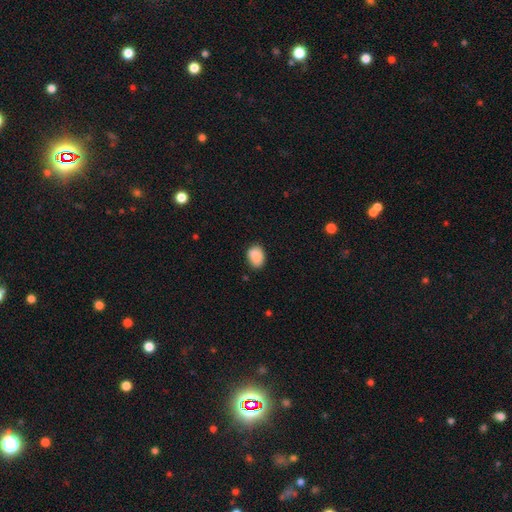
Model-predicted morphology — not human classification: This is clearly a smooth galaxy (89%). How rounded: likely in between (71%). Merging: likely none (79%).